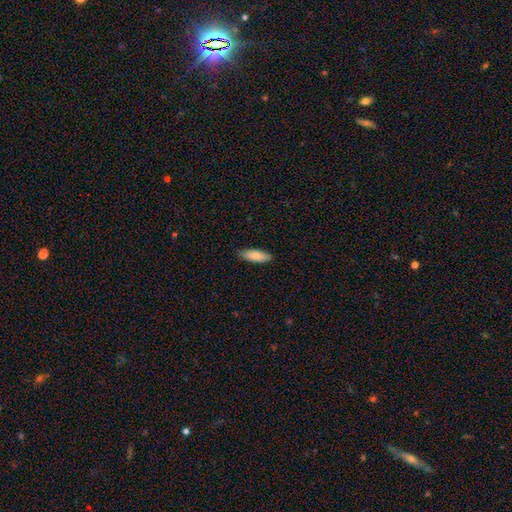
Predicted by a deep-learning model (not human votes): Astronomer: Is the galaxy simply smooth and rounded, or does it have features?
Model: smooth — 82%.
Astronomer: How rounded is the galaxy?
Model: in between — 62%.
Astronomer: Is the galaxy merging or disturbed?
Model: none — 87%.